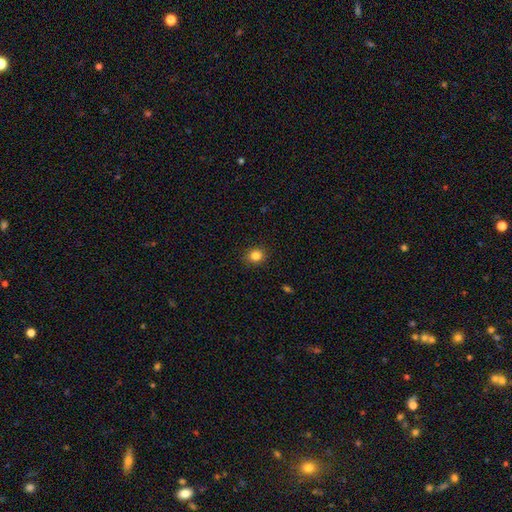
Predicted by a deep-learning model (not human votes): Smooth or featured?
  - smooth: 83% *
  - star or artifact: 11%
  - featured or disk: 5%
How rounded?
  - round: 77% *
  - in between: 22%
  - cigar-shaped: 1%
Merging?
  - none: 90% *
  - minor disturbance: 7%
  - major disturbance: 2%
  - merger: 1%